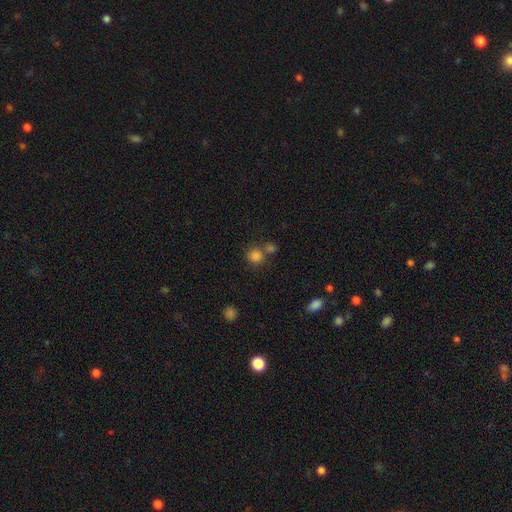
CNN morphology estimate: smooth_or_featured: smooth (p=0.81) [alt: star or artifact p=0.13]
how_rounded: round (p=0.88) [alt: in between p=0.11]
merging: none (p=0.57) [alt: merger p=0.30]